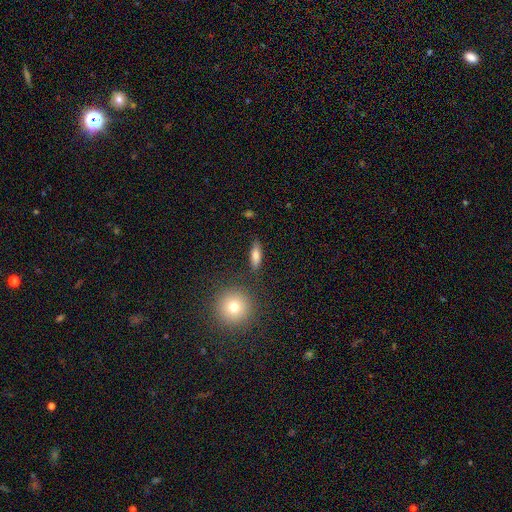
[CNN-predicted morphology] This is likely a smooth galaxy (76%). How rounded: possibly in between (53%). Merging: clearly none (82%).